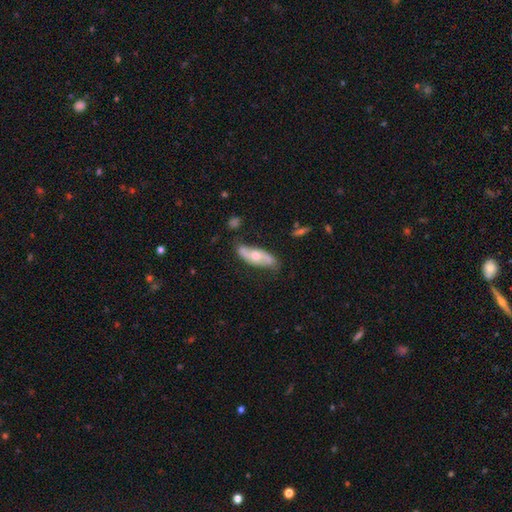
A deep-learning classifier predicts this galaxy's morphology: Smooth or featured? Predicted: featured or disk (p=0.57). Edge-on disk? Predicted: no (p=0.75). Merging? Predicted: none (p=0.71).